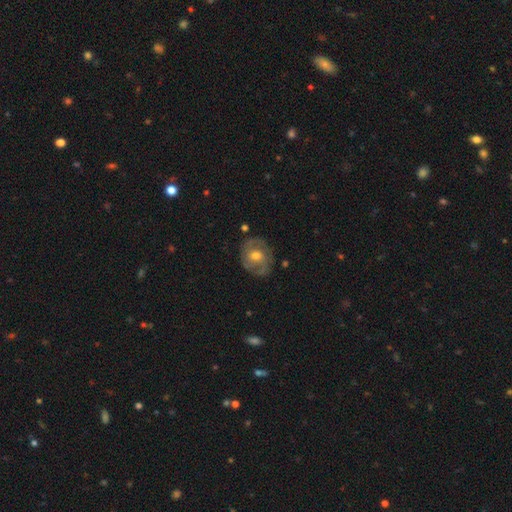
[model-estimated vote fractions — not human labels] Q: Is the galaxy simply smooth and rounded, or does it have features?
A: featured or disk — 66%.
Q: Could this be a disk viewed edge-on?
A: no — 97%.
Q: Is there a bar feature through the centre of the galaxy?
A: no — 64%.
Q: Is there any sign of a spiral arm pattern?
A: yes — 74%.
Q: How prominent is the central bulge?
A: moderate — 71%.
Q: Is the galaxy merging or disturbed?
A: none — 75%.